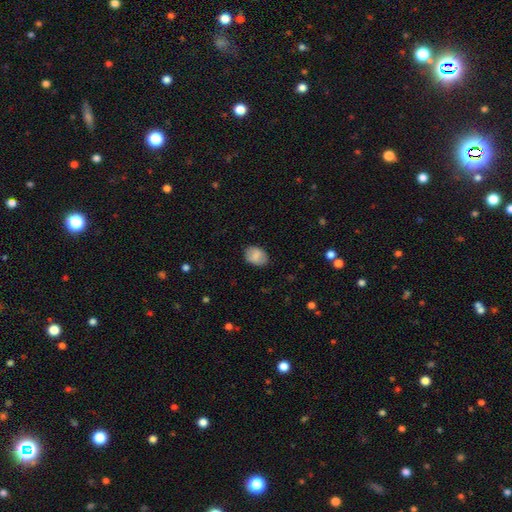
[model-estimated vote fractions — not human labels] Overall: smooth (80%). How rounded: in between (72%). Merging: none (82%).